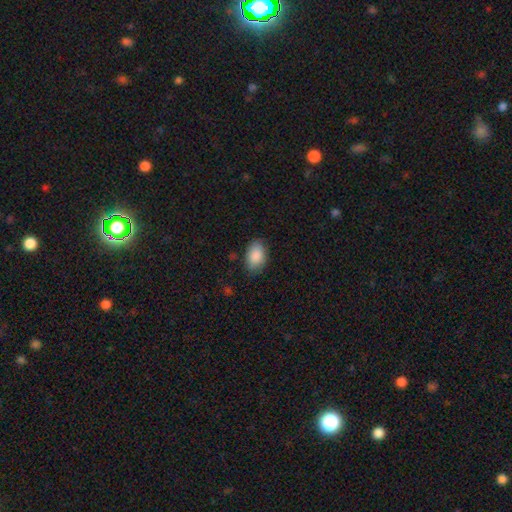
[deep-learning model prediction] smooth-or-featured: smooth: 88% | star or artifact: 7% | featured or disk: 5%
  how-rounded: in between: 90% | round: 9% | cigar-shaped: 1%
  merging: none: 80% | minor disturbance: 16% | major disturbance: 3% | merger: 1%